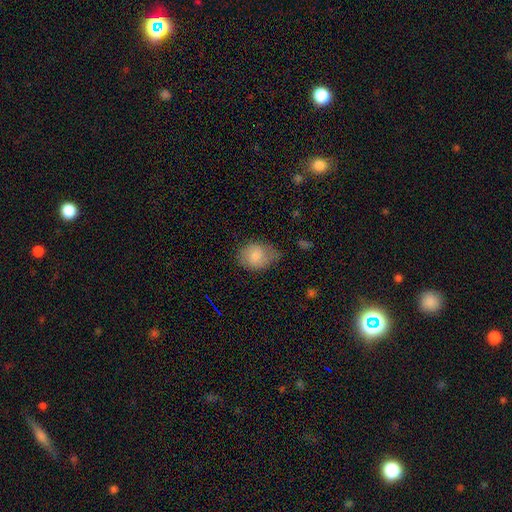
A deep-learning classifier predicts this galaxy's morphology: smooth_or_featured: smooth (p=0.78) [alt: featured or disk p=0.14]
how_rounded: in between (p=0.60) [alt: round p=0.39]
merging: none (p=0.51) [alt: minor disturbance p=0.36]